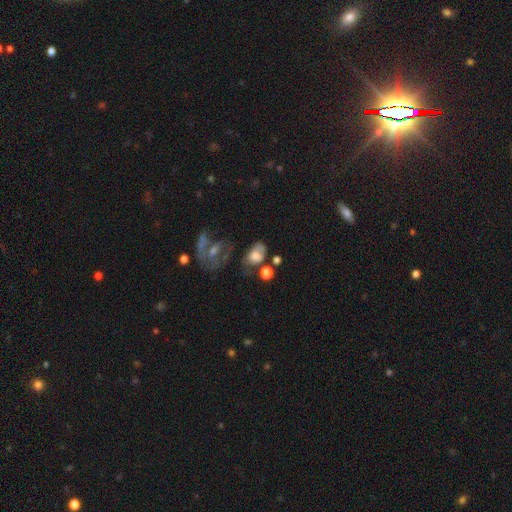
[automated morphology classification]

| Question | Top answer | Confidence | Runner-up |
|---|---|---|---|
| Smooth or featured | smooth | 60% | featured or disk (28%) |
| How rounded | in between | 74% | round (24%) |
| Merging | none | 33% | minor disturbance (24%) |